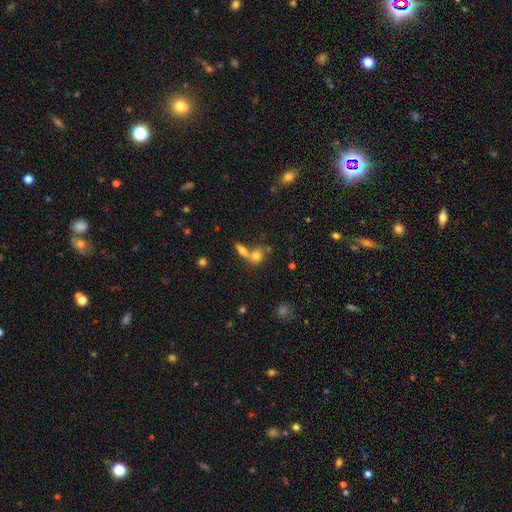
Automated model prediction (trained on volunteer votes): Smooth or featured? Predicted: smooth (p=0.72). How rounded? Predicted: round (p=0.49). Merging? Predicted: merger (p=0.49).